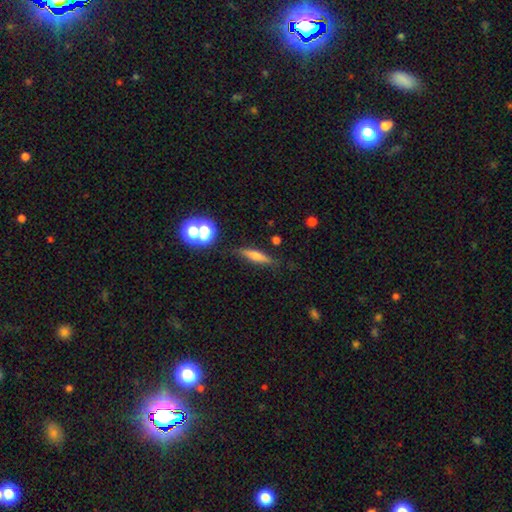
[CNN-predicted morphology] smooth_or_featured: smooth (p=0.55) [alt: featured or disk p=0.33]
how_rounded: cigar-shaped (p=0.77) [alt: in between p=0.18]
merging: none (p=0.79) [alt: minor disturbance p=0.12]